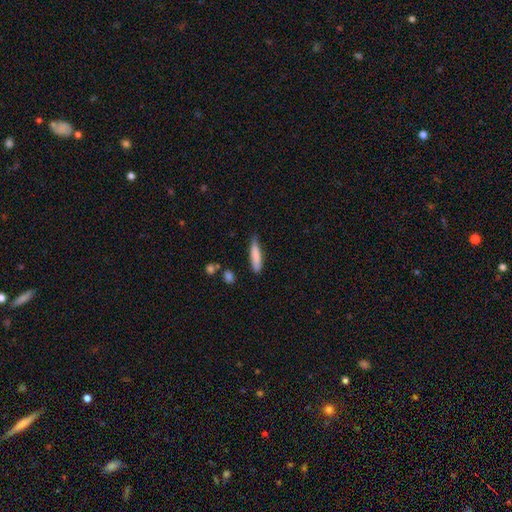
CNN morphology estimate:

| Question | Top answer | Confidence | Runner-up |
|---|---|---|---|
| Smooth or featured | smooth | 81% | featured or disk (12%) |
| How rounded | cigar-shaped | 77% | in between (21%) |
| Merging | none | 67% | minor disturbance (26%) |